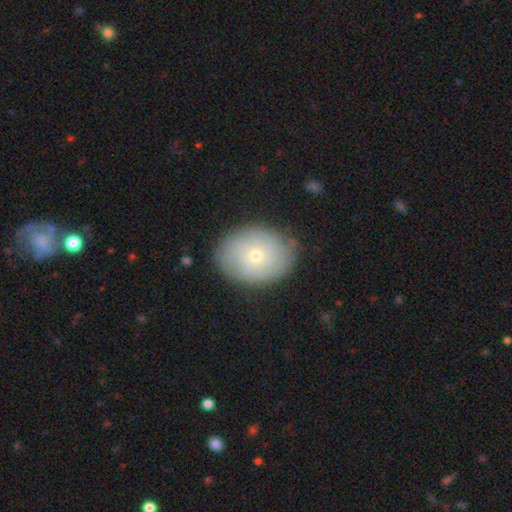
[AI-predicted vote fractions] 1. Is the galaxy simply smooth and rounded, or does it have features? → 49% smooth, 42% featured or disk, 8% star or artifact.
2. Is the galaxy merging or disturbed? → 80% none, 15% minor disturbance, 4% major disturbance, 1% merger.